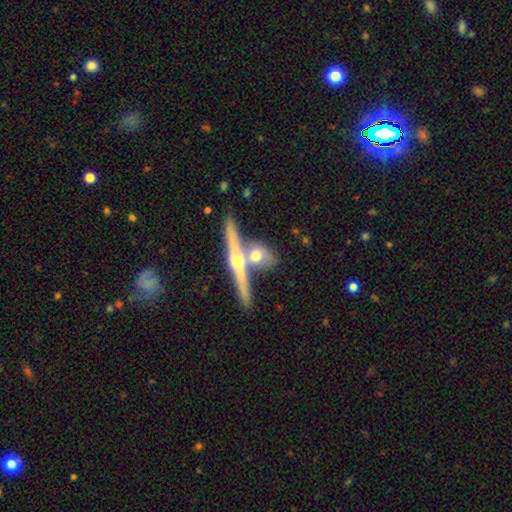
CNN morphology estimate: smooth-or-featured: featured or disk: 52% | smooth: 41% | star or artifact: 7%
  disk-edge-on: yes: 87% | no: 13%
  merging: none: 49% | merger: 38% | minor disturbance: 10% | major disturbance: 4%